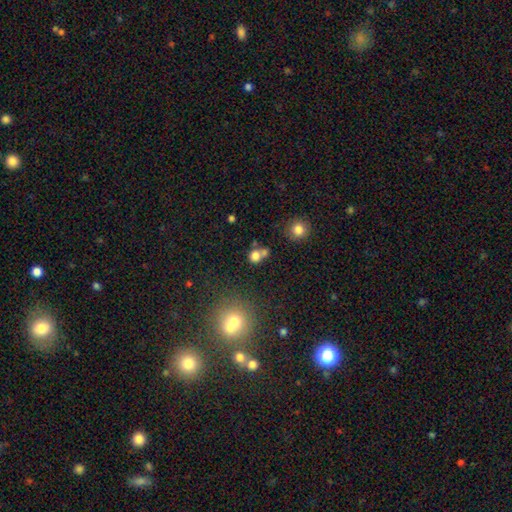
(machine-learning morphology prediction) Smooth or featured: smooth — 76% (star or artifact — 15%)
How rounded: round — 76% (in between — 23%)
Merging: none — 46% (merger — 39%)